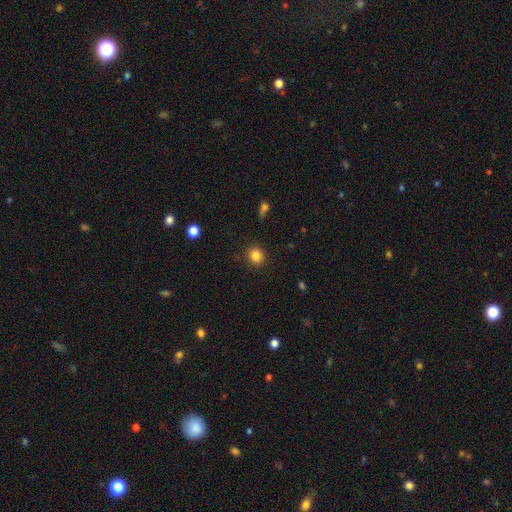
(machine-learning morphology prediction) Q: Smooth or featured?
A: smooth (85%); runner-up: star or artifact (11%)
Q: How rounded?
A: round (89%); runner-up: in between (10%)
Q: Merging?
A: none (90%); runner-up: minor disturbance (7%)